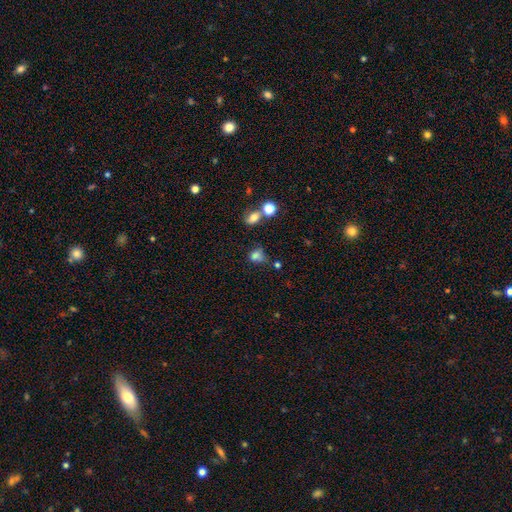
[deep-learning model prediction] A smooth galaxy with no disk features (75%) that is round (50%).

Vote fractions:
- Smooth or featured? smooth: 75% / star or artifact: 16% / featured or disk: 9%
- How rounded? round: 50% / in between: 48% / cigar-shaped: 2%
- Merging? none: 46% / minor disturbance: 24% / merger: 18% / major disturbance: 12%